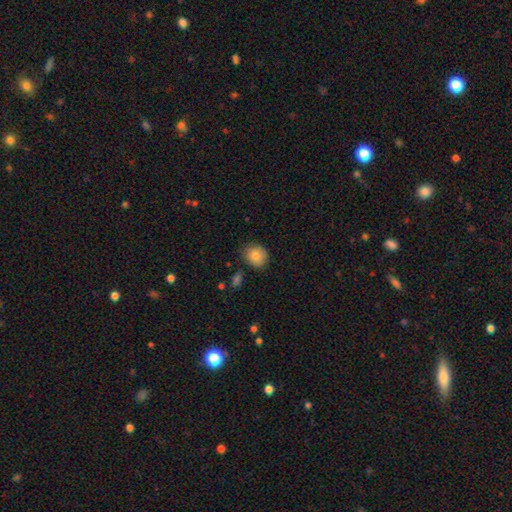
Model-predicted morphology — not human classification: type=smooth (84%); roundness=round (77%); merging=none (80%).